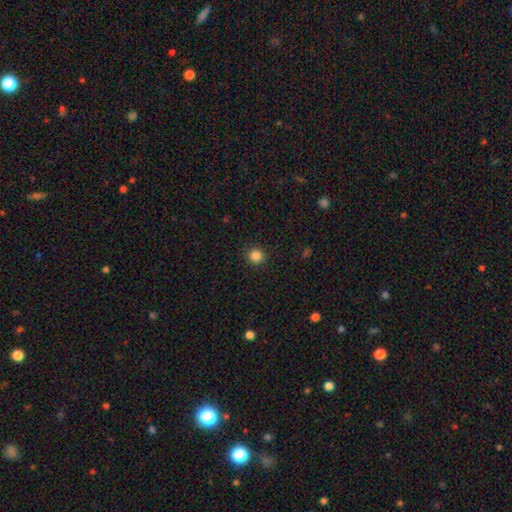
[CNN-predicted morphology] A smooth galaxy with no disk features (85%) that is round (94%).

Vote fractions:
- Smooth or featured? smooth: 85% / star or artifact: 12% / featured or disk: 4%
- How rounded? round: 94% / in between: 5% / cigar-shaped: 1%
- Merging? none: 92% / minor disturbance: 5% / major disturbance: 2% / merger: 1%